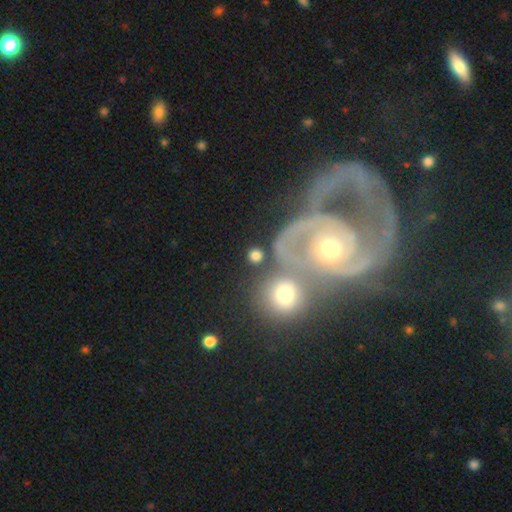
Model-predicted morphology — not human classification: smooth-or-featured: smooth: 72% | featured or disk: 18% | star or artifact: 10%
  how-rounded: round: 83% | in between: 15% | cigar-shaped: 2%
  merging: none: 67% | merger: 14% | minor disturbance: 11% | major disturbance: 9%